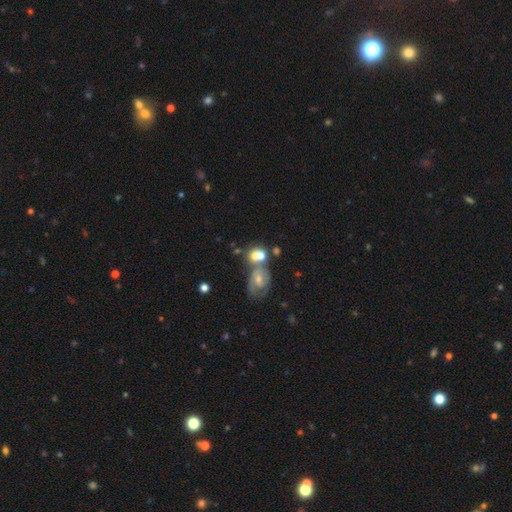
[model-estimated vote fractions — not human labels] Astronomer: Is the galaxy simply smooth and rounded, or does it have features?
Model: smooth — 53% (runner-up: featured or disk, 36%).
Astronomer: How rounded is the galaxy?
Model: in between — 49%, tied with round at 49%.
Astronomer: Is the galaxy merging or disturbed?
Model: merger — 55%.